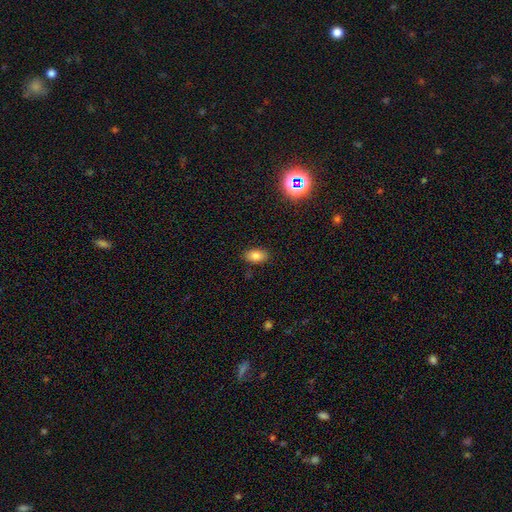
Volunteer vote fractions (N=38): Smooth or featured? 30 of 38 (79%) said smooth. How rounded? 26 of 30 (87%) said in between. Merging? 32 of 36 (89%) said none.